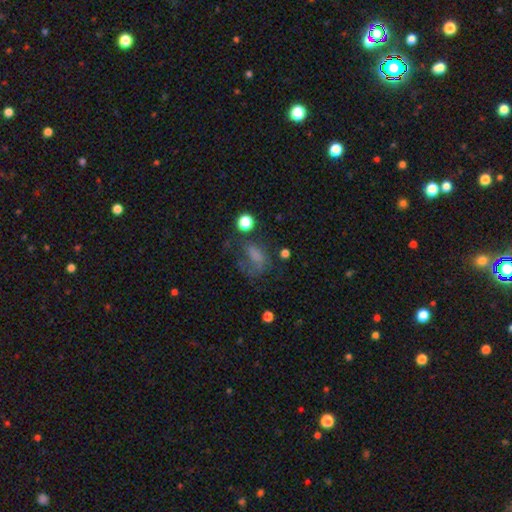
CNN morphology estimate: The model was most divided on "merging": major disturbance: 42%, none: 31%, minor disturbance: 20%, merger: 6%. More confident: how rounded — in between (71%); smooth or featured — smooth (55%).